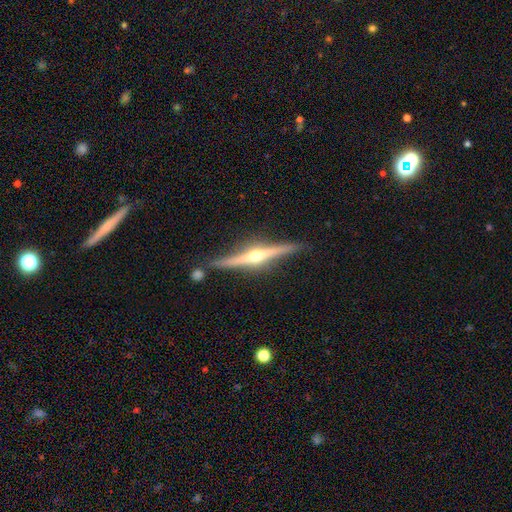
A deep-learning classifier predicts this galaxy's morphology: Overall: featured or disk (85%). Edge-on disk: yes (98%). Edge-on bulge: rounded (95%). Merging: none (84%).